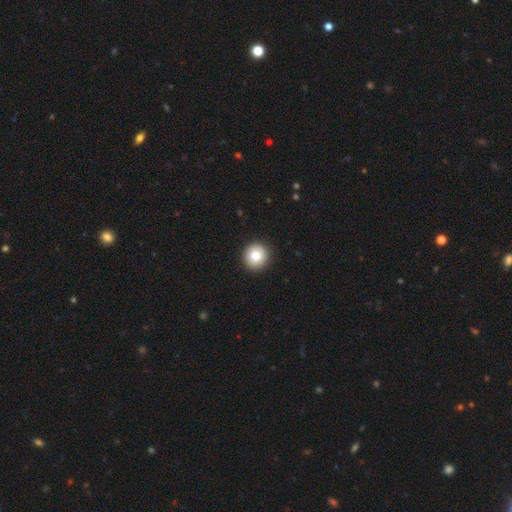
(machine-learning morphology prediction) Smooth or featured? smooth (80%)
How rounded? round (94%)
Merging? none (93%)